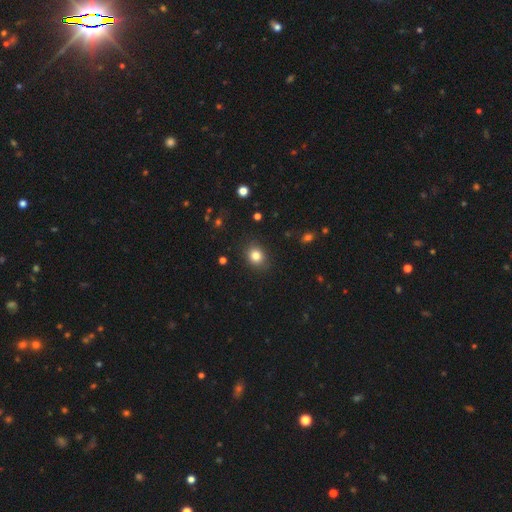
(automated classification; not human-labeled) Overall: smooth (82%). How rounded: round (64%; in between 35%). Merging: none (87%).